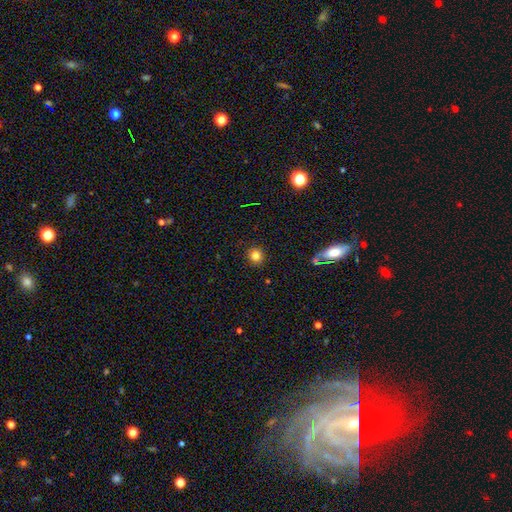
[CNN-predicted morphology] type=smooth (82%); roundness=round (91%); merging=none (91%).